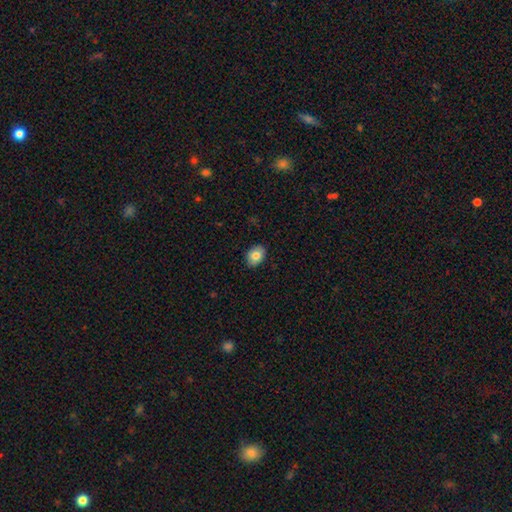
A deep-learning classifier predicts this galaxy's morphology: Smooth or featured?
  - smooth: 81% *
  - featured or disk: 11%
  - star or artifact: 8%
How rounded?
  - in between: 70% *
  - round: 29%
  - cigar-shaped: 1%
Merging?
  - none: 88% *
  - minor disturbance: 9%
  - major disturbance: 2%
  - merger: 1%